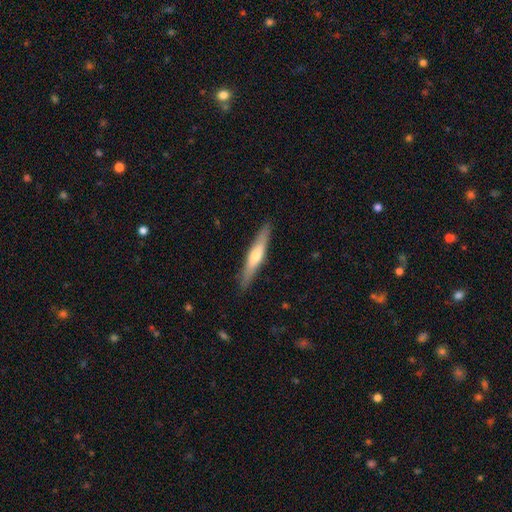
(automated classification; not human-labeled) Smooth or featured? Predicted: featured or disk (p=0.48). Merging? Predicted: none (p=0.89).